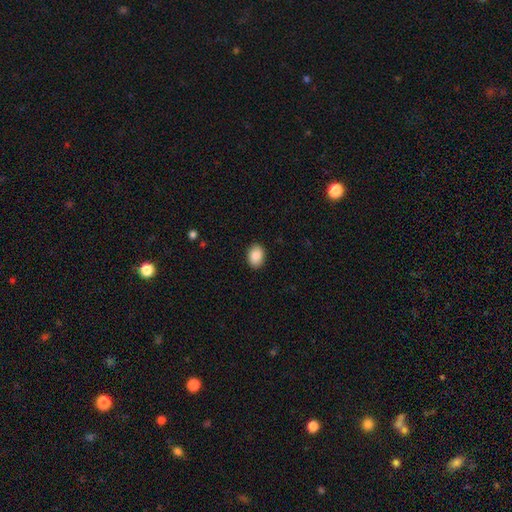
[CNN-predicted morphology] type=smooth (90%); roundness=in between (79%); merging=none (89%).